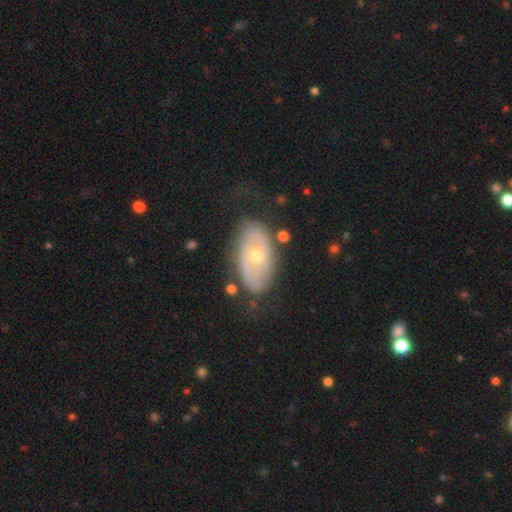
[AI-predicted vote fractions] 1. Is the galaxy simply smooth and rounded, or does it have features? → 65% featured or disk, 29% smooth, 6% star or artifact.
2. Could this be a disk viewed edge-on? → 91% no, 9% yes.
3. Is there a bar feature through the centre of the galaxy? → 80% no, 15% weak, 5% strong.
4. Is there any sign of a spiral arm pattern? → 56% no, 44% yes.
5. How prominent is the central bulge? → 64% moderate, 32% small, 2% large, 1% dominant, 1% none.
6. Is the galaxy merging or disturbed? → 73% none, 18% minor disturbance, 7% major disturbance, 2% merger.